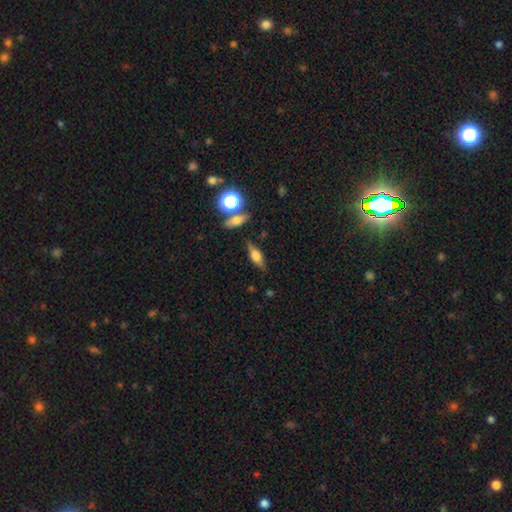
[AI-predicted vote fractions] smooth-or-featured: smooth: 46% | featured or disk: 43% | star or artifact: 10%
  merging: none: 79% | minor disturbance: 13% | merger: 4% | major disturbance: 4%